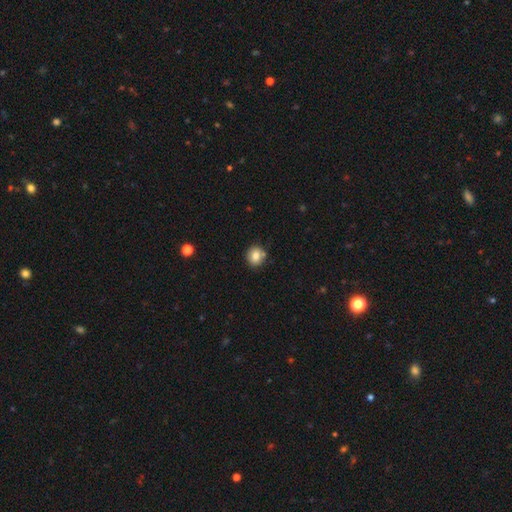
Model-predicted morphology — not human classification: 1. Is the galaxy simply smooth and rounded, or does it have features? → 81% smooth, 10% star or artifact, 9% featured or disk.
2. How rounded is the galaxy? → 78% round, 21% in between, 1% cigar-shaped.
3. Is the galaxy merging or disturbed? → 80% none, 11% minor disturbance, 7% merger, 2% major disturbance.